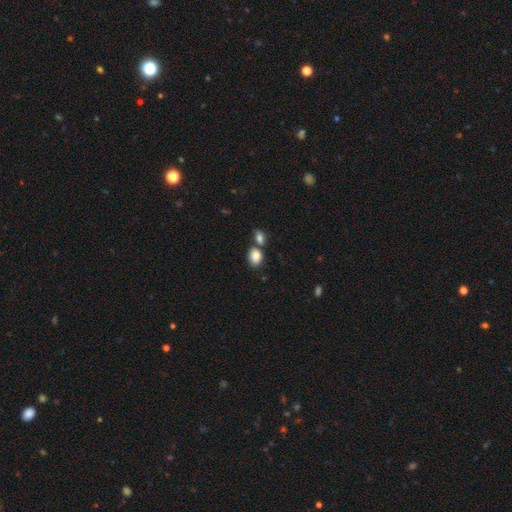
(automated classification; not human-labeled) smooth 85%, star or artifact 8%, featured or disk 7%. Down the decision tree: how rounded — in between (72%); merging — none (52%).